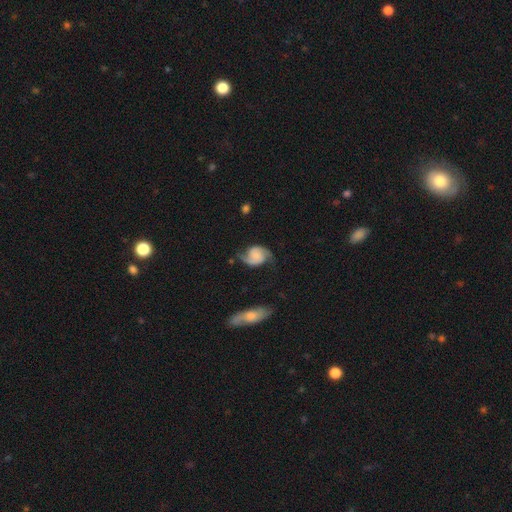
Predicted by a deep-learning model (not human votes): The model was most divided on "spiral winding": medium: 46%, loose: 35%, tight: 19%. Remaining: edge-on disk — no (98%); spiral arms — yes (96%); spiral arm count — 2 (92%); smooth or featured — featured or disk (80%); merging — none (69%); bar — no (62%); bulge size — none (50%).